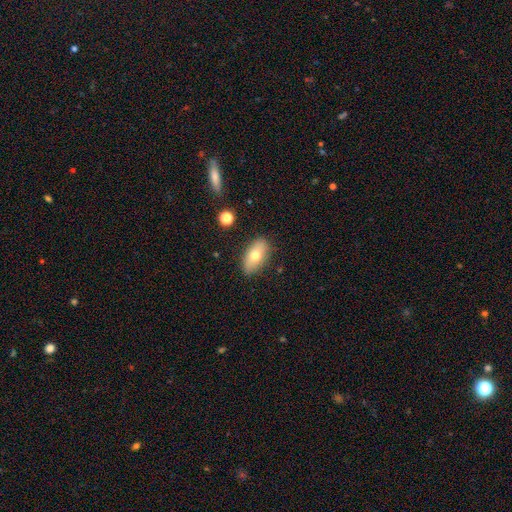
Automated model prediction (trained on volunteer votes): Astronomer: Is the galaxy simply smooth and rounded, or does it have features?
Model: smooth — 68%.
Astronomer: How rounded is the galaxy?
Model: in between — 89%.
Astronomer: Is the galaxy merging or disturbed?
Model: none — 85%.